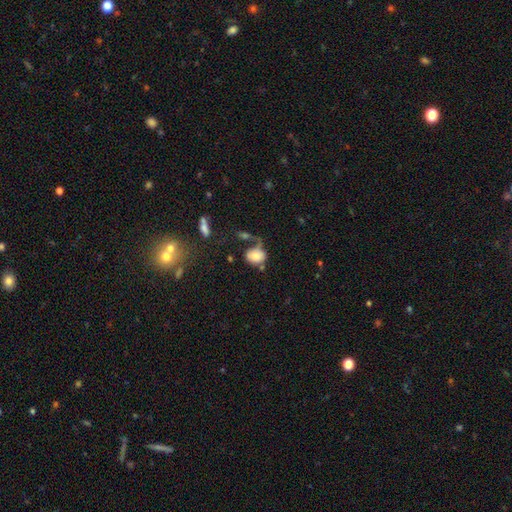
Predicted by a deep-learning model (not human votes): The model was most divided on "merging": none: 32%, major disturbance: 26%, minor disturbance: 22%, merger: 21%. More confident: smooth or featured — smooth (74%); how rounded — in between (57%).